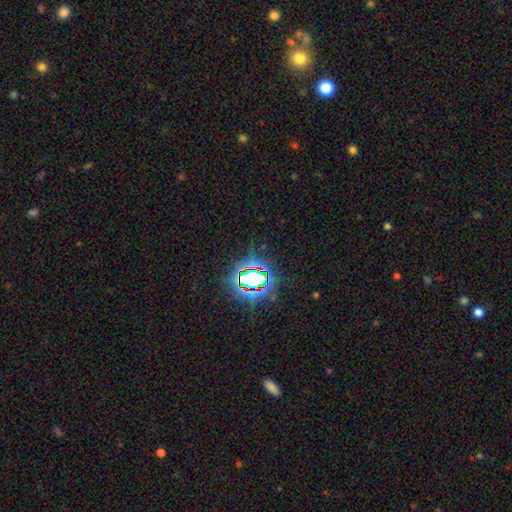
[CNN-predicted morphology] The model was most divided on "smooth or featured": star or artifact: 80%, smooth: 12%, featured or disk: 8%.